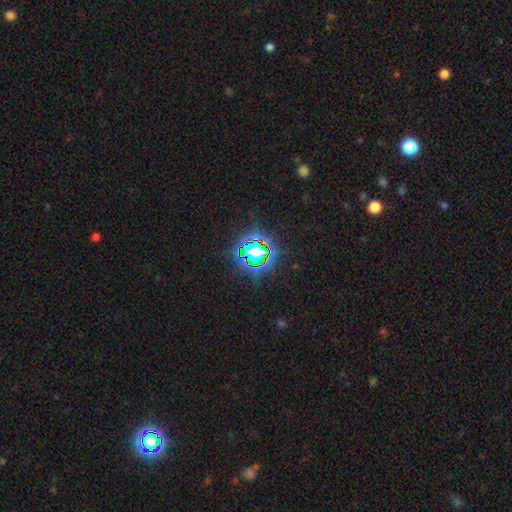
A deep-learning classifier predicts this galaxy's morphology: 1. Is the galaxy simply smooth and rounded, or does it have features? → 78% star or artifact, 14% smooth, 8% featured or disk.